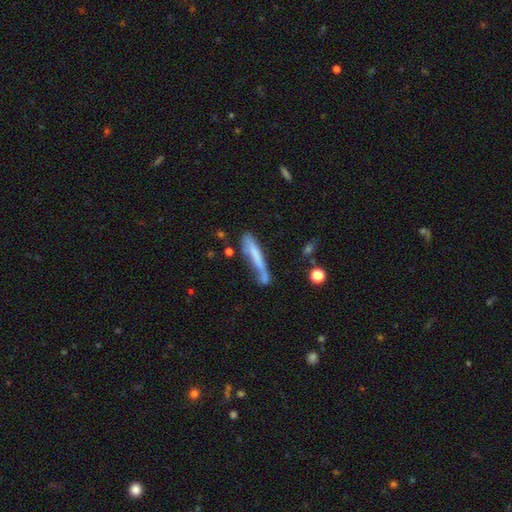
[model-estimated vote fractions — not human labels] This is likely a smooth galaxy (60%). How rounded: clearly cigar-shaped (92%). Merging: possibly none (50%).